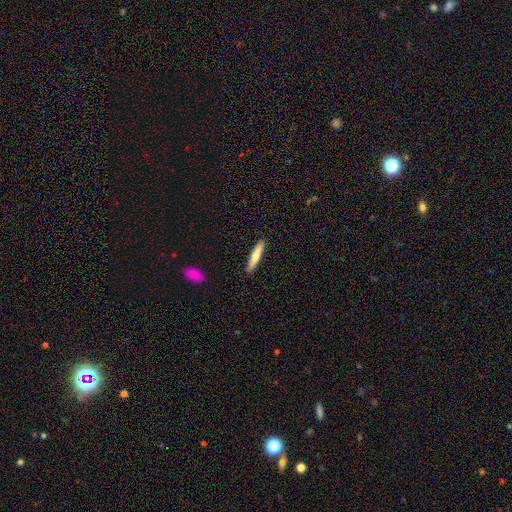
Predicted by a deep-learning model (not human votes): Smooth or featured? smooth (67%)
How rounded? cigar-shaped (91%)
Merging? none (91%)